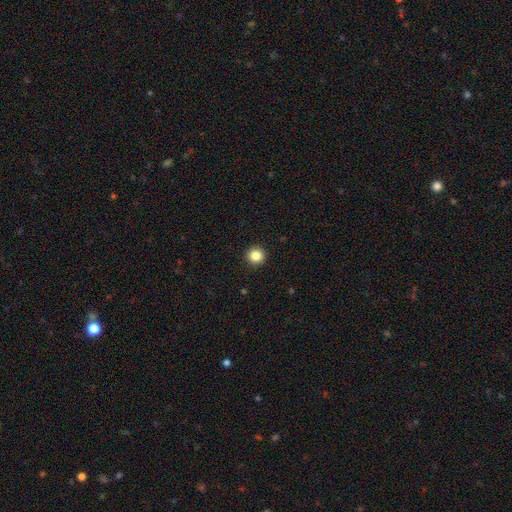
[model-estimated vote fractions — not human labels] smooth_or_featured: smooth (p=0.85) [alt: star or artifact p=0.11]
how_rounded: round (p=0.95) [alt: in between p=0.04]
merging: none (p=0.93) [alt: minor disturbance p=0.04]